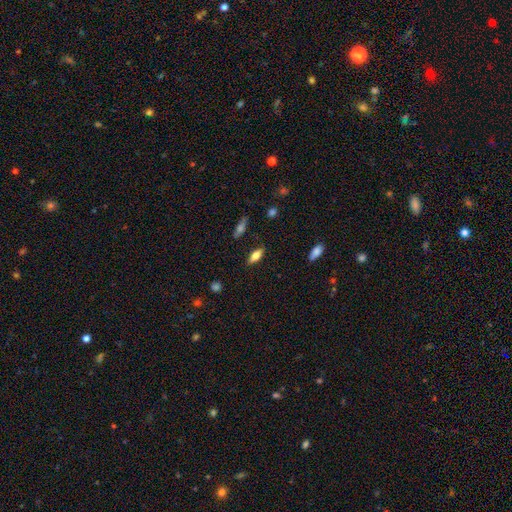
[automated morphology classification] Smooth or featured? Predicted: smooth (p=0.64). How rounded? Predicted: in between (p=0.73). Merging? Predicted: none (p=0.85).